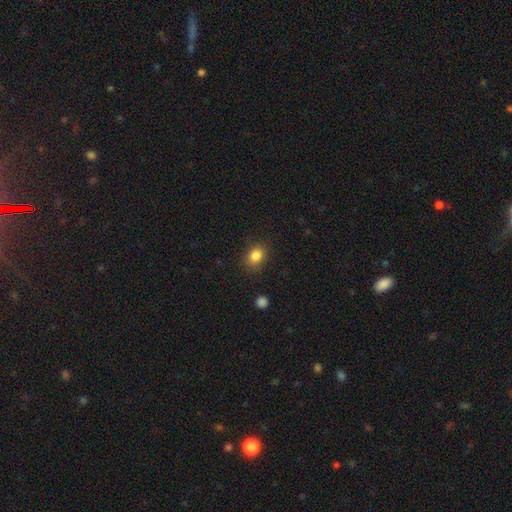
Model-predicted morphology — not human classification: Smooth or featured? Predicted: smooth (p=0.84). How rounded? Predicted: round (p=0.52). Merging? Predicted: none (p=0.82).